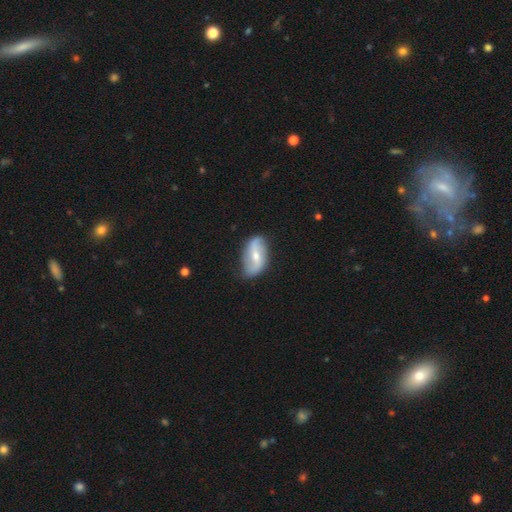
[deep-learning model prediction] Q: Smooth or featured?
A: featured or disk (68%); runner-up: smooth (26%)
Q: Edge-on disk?
A: no (95%); runner-up: yes (5%)
Q: Bar?
A: weak (41%); runner-up: no (32%)
Q: Spiral arms?
A: yes (87%); runner-up: no (13%)
Q: Spiral winding?
A: loose (73%); runner-up: medium (19%)
Q: Spiral arm count?
A: 2 (89%); runner-up: can't tell (5%)
Q: Bulge size?
A: moderate (52%); runner-up: small (44%)
Q: Merging?
A: none (73%); runner-up: minor disturbance (21%)